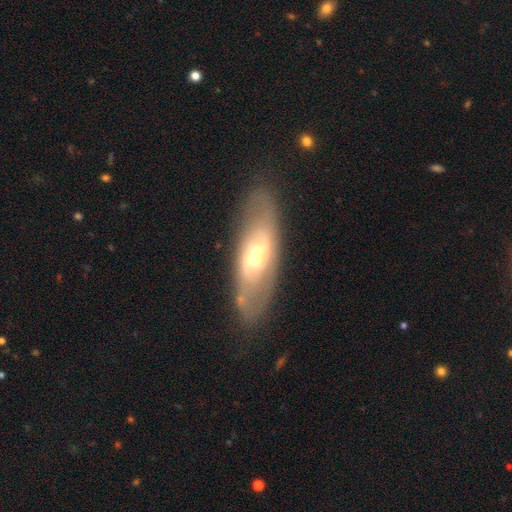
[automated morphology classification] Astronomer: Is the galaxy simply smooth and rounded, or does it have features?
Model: featured or disk — 63%.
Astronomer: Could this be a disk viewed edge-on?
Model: no — 81%.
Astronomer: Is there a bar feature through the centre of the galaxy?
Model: weak — 42% (runner-up: no, 35%).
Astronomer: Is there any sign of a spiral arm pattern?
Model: yes — 57% (runner-up: no, 43%).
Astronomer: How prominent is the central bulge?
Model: moderate — 58%.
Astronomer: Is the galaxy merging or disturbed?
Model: none — 77%.